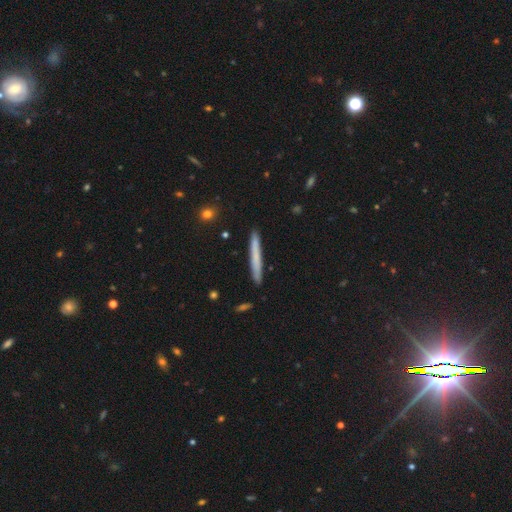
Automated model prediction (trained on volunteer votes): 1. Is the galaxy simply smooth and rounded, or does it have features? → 66% smooth, 28% featured or disk, 6% star or artifact.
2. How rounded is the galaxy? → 97% cigar-shaped, 2% in between, 1% round.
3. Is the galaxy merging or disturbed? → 90% none, 8% minor disturbance, 2% merger, 1% major disturbance.